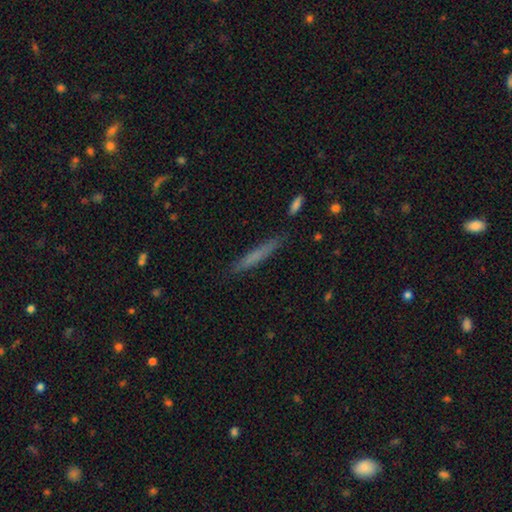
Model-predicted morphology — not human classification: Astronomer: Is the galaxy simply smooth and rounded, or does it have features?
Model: smooth — 64%.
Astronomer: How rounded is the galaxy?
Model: cigar-shaped — 95%.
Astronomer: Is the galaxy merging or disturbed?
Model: none — 86%.